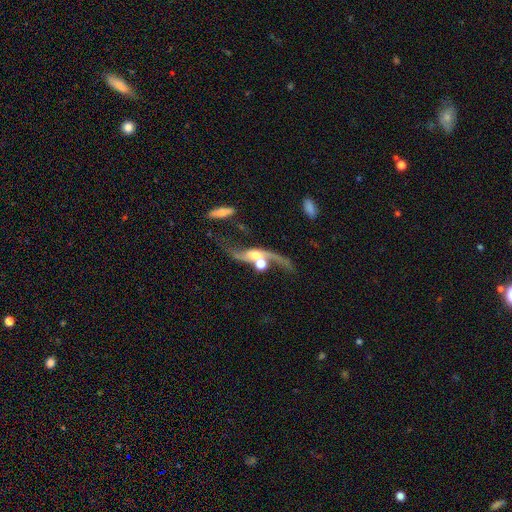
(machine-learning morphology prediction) type=featured or disk (81%); edge-on=no (88%); bar=no (60%); spiral arms=yes (91%); winding=loose (89%); arm count=2 (89%); bulge=moderate (53%); merging=merger (42%).